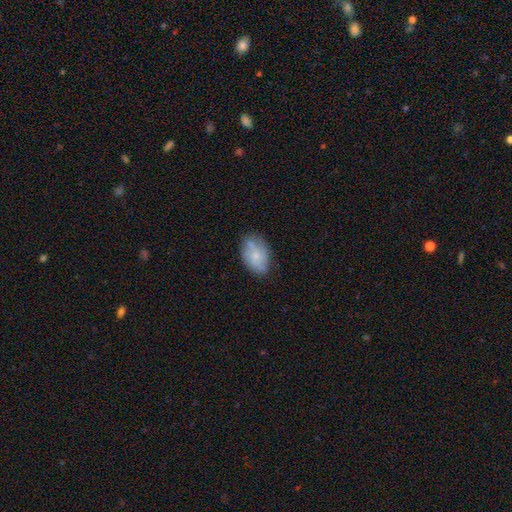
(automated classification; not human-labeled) smooth 55%, featured or disk 37%, star or artifact 8%. Down the decision tree: how rounded — in between (85%); merging — none (64%).